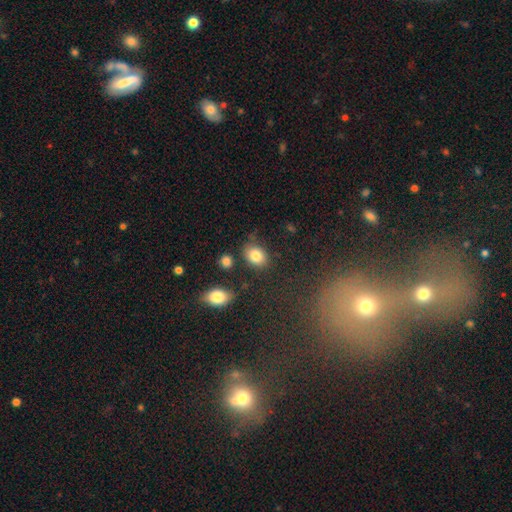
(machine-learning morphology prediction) smooth_or_featured: smooth (p=0.83) [alt: star or artifact p=0.09]
how_rounded: in between (p=0.64) [alt: round p=0.34]
merging: none (p=0.74) [alt: minor disturbance p=0.16]